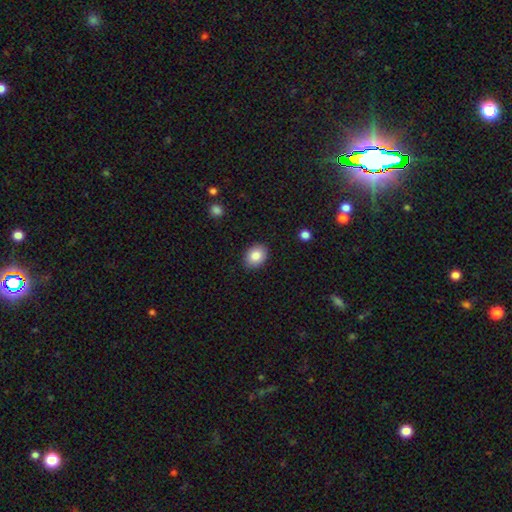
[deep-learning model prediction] A smooth galaxy with no disk features (85%) that is in between round and cigar-shaped (62%). Merging: none (88%).